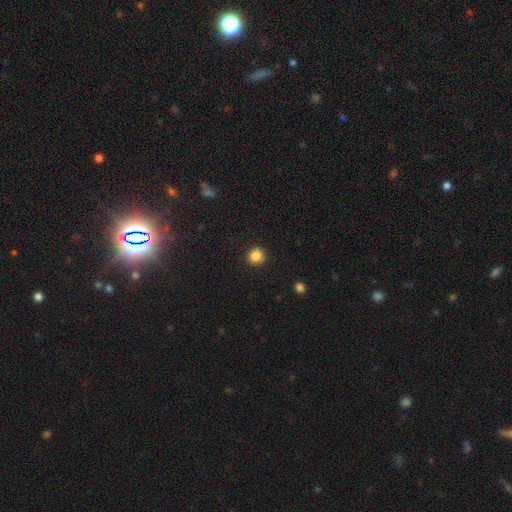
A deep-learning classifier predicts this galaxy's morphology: Overall: smooth (85%). How rounded: round (94%). Merging: none (92%).